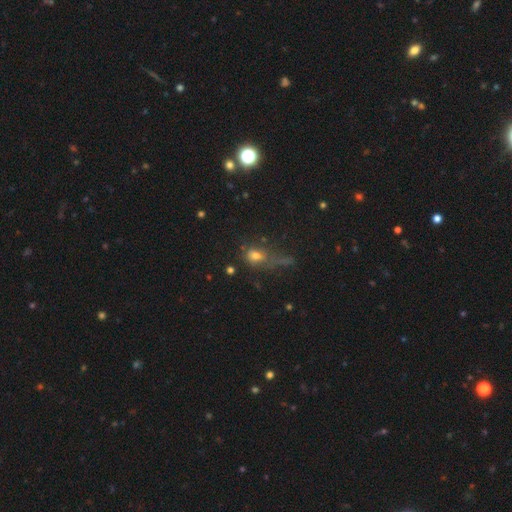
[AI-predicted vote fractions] This is likely a smooth galaxy (62%). How rounded: possibly in between (59%). Merging: marginally none (37%).